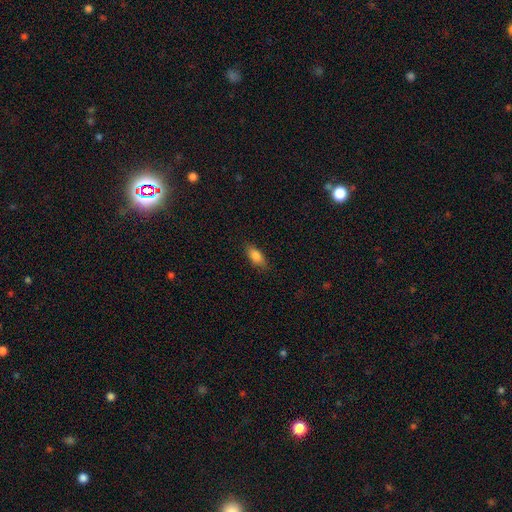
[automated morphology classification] Smooth or featured? smooth (84%)
How rounded? in between (80%)
Merging? none (83%)